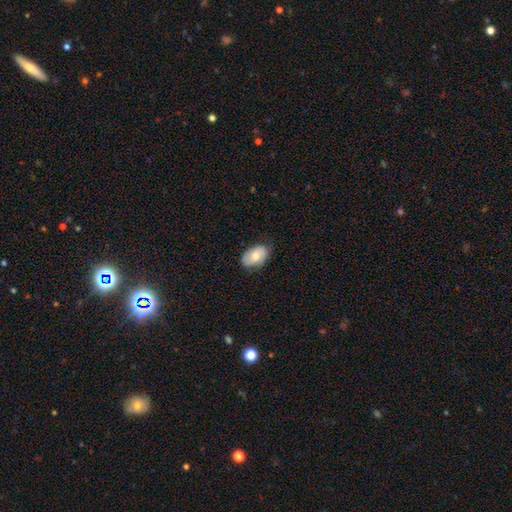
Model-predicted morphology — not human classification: This is likely a smooth galaxy (70%). How rounded: clearly in between (90%). Merging: likely none (75%).